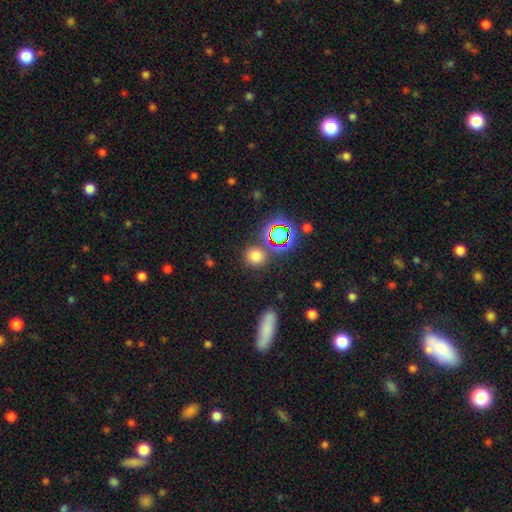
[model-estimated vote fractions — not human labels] smooth_or_featured: smooth (p=0.71) [alt: star or artifact p=0.23]
how_rounded: round (p=0.88) [alt: in between p=0.11]
merging: none (p=0.80) [alt: minor disturbance p=0.09]